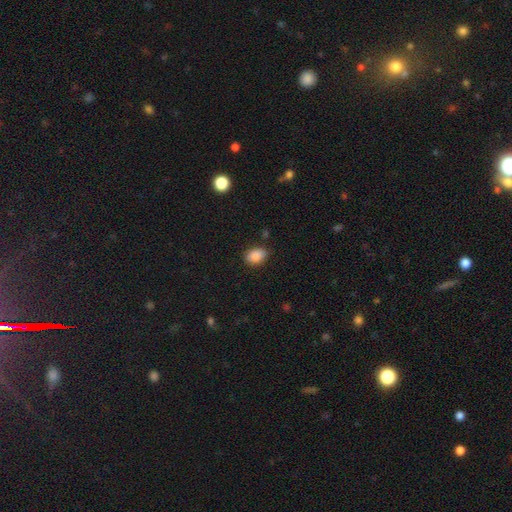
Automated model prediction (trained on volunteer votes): Smooth or featured: smooth — 88% (star or artifact — 9%)
How rounded: in between — 83% (round — 16%)
Merging: none — 81% (minor disturbance — 14%)